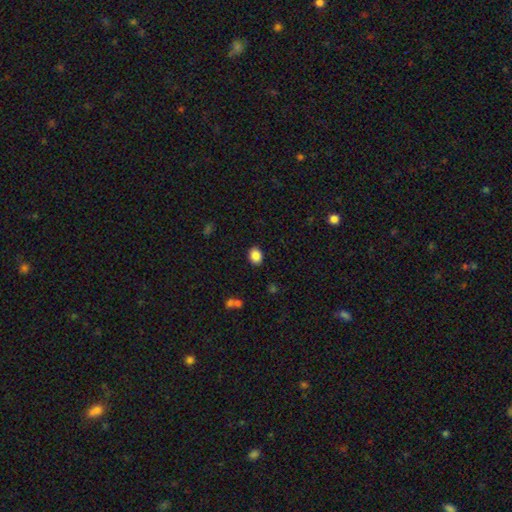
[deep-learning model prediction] smooth_or_featured: smooth (p=0.87) [alt: star or artifact p=0.09]
how_rounded: in between (p=0.63) [alt: round p=0.36]
merging: none (p=0.89) [alt: minor disturbance p=0.08]